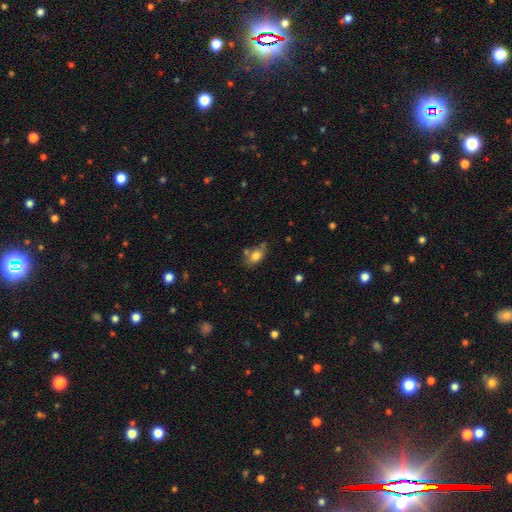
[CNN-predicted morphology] Overall: smooth (77%). How rounded: in between (82%). Merging: none (54%; minor disturbance 22%).